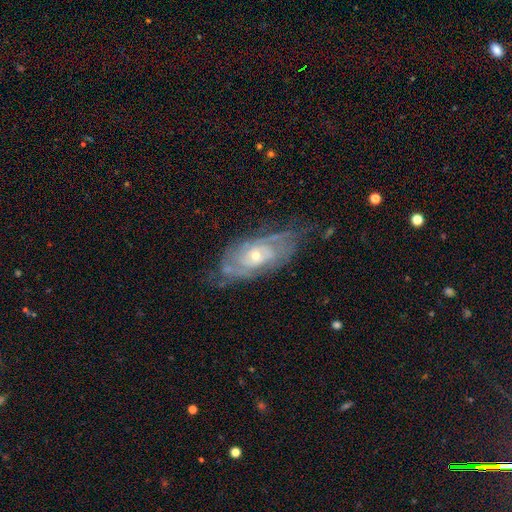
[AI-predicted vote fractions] Morphology: type=featured or disk (84%); edge-on=no (92%); bar=no (72%); spiral arms=yes (91%); winding=tight (64%); arm count=can't tell (37%); bulge=small (57%); merging=none (64%).